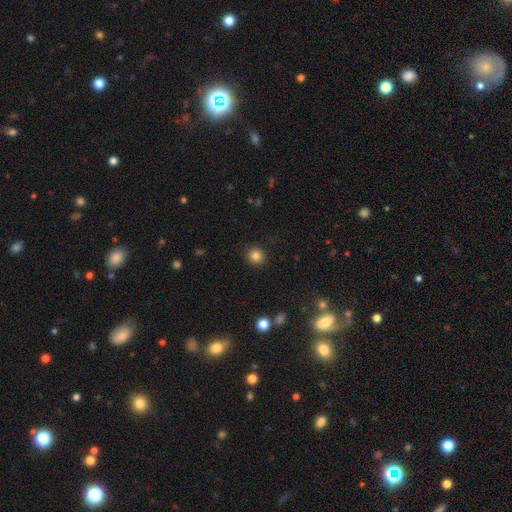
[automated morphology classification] smooth_or_featured: smooth (p=0.84) [alt: star or artifact p=0.12]
how_rounded: round (p=0.91) [alt: in between p=0.09]
merging: none (p=0.91) [alt: minor disturbance p=0.06]